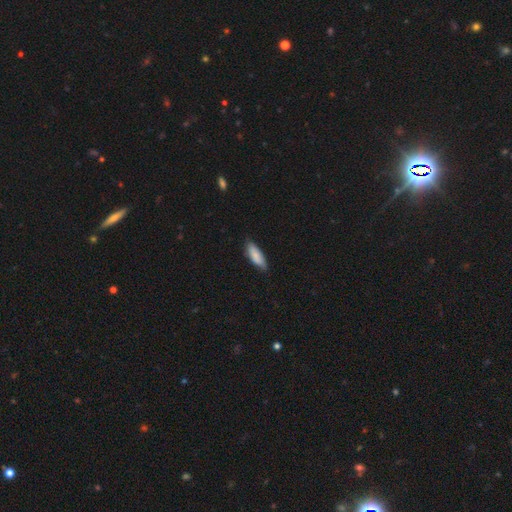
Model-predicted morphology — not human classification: type=smooth (82%); roundness=in between (65%); merging=none (80%).